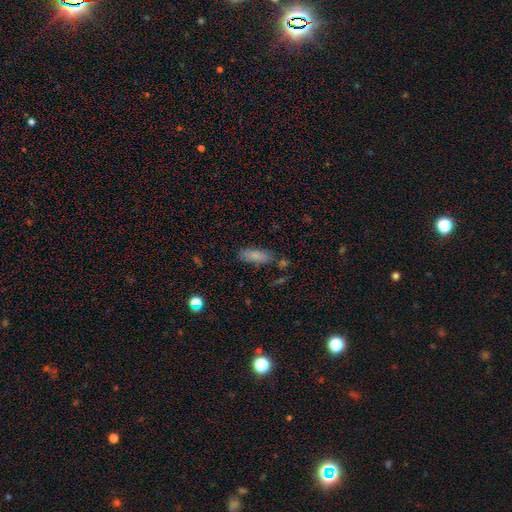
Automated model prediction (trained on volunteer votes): Smooth or featured?
  - smooth: 81% *
  - featured or disk: 10%
  - star or artifact: 10%
How rounded?
  - in between: 74% *
  - cigar-shaped: 24%
  - round: 2%
Merging?
  - none: 70% *
  - minor disturbance: 17%
  - merger: 8%
  - major disturbance: 5%